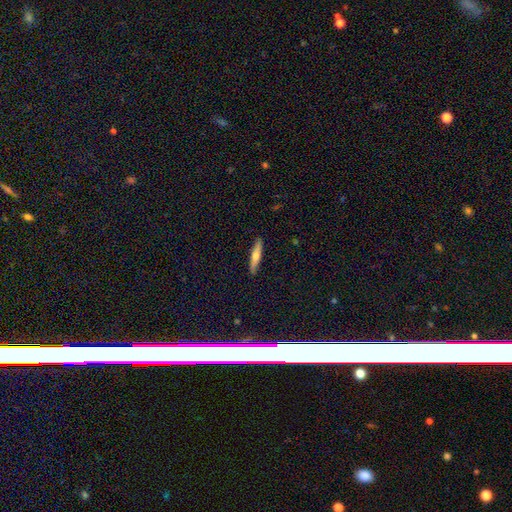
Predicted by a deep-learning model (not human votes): A smooth galaxy with no disk features (51%) that is cigar-shaped (88%). Merging: none (90%).